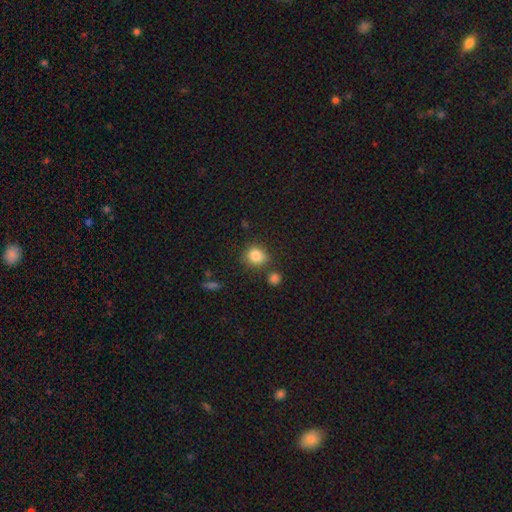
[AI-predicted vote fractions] The model was most divided on "how rounded": round: 79%, in between: 20%, cigar-shaped: 1%. More confident: smooth or featured — smooth (84%); merging — none (74%).